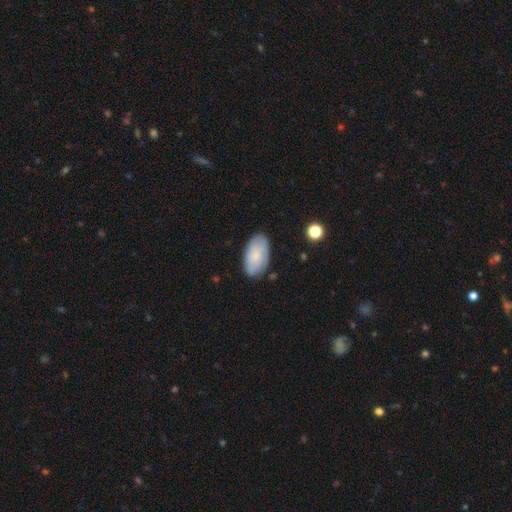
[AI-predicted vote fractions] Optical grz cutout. It shows a smooth galaxy with no disk features (72%) that is in between round and cigar-shaped (95%). Merging: none (78%).